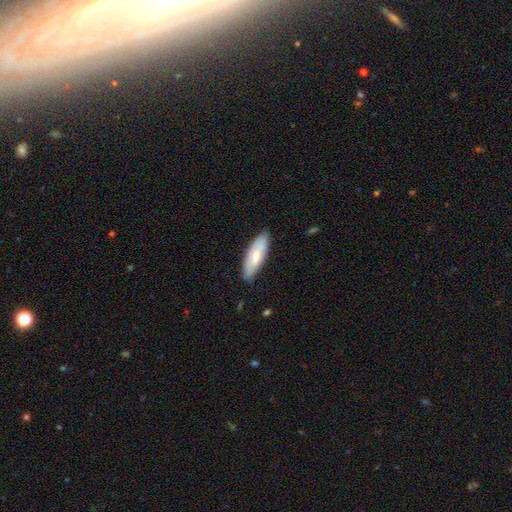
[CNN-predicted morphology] A smooth galaxy with no disk features (65%) that is in between round and cigar-shaped (65%).

Vote fractions:
- Smooth or featured? smooth: 65% / featured or disk: 30% / star or artifact: 5%
- How rounded? in between: 65% / cigar-shaped: 33% / round: 2%
- Merging? none: 77% / minor disturbance: 18% / major disturbance: 3% / merger: 2%